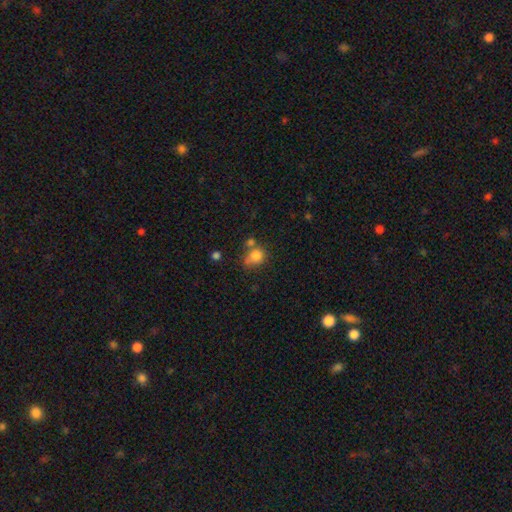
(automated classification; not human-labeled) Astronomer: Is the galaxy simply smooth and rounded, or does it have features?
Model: smooth — 80%.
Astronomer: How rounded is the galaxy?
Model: round — 69%.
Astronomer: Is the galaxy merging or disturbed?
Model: none — 46% (runner-up: merger, 27%).